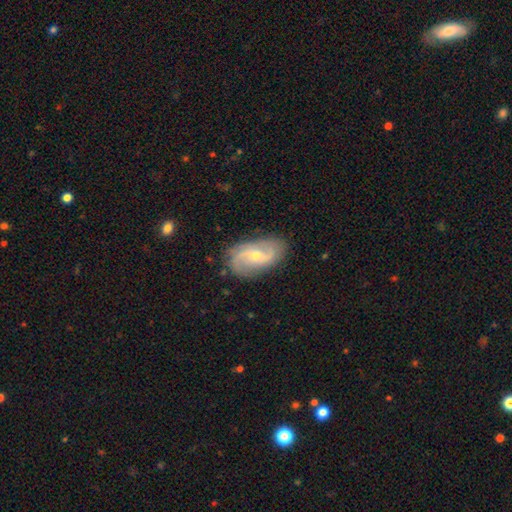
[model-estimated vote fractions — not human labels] Smooth or featured?
  - featured or disk: 80% *
  - smooth: 14%
  - star or artifact: 6%
Edge-on disk?
  - no: 96% *
  - yes: 4%
Bar?
  - no: 43% *
  - weak: 42%
  - strong: 14%
Spiral arms?
  - yes: 93% *
  - no: 7%
Spiral winding?
  - loose: 43% *
  - medium: 38%
  - tight: 18%
Spiral arm count?
  - 2: 80% *
  - can't tell: 9%
  - 3: 6%
  - 1: 2%
  - 4: 2%
  - more than 4: 2%
Bulge size?
  - small: 56% *
  - moderate: 41%
  - large: 1%
  - none: 1%
  - dominant: 1%
Merging?
  - none: 80% *
  - minor disturbance: 15%
  - major disturbance: 4%
  - merger: 1%